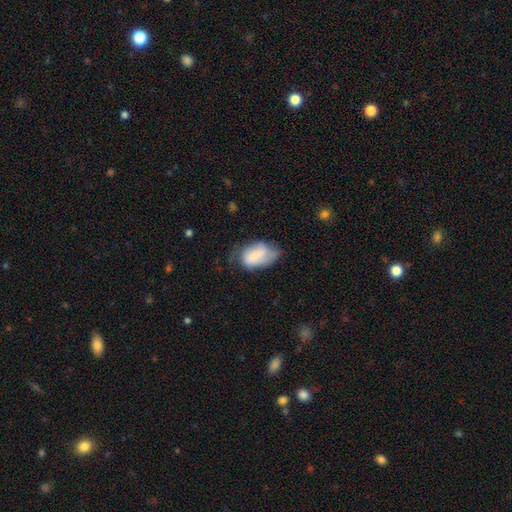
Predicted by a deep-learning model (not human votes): smooth_or_featured: smooth (p=0.63) [alt: featured or disk p=0.29]
how_rounded: in between (p=0.89) [alt: round p=0.09]
merging: none (p=0.42) [alt: minor disturbance p=0.37]